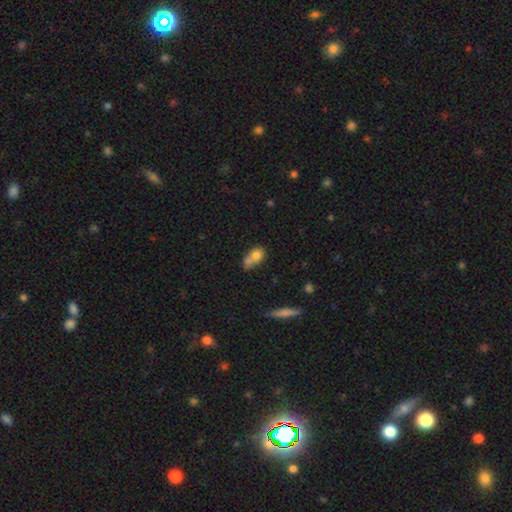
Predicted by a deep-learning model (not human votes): Overall: smooth (72%). How rounded: in between (51%; round 45%). Merging: merger (61%; none 24%).